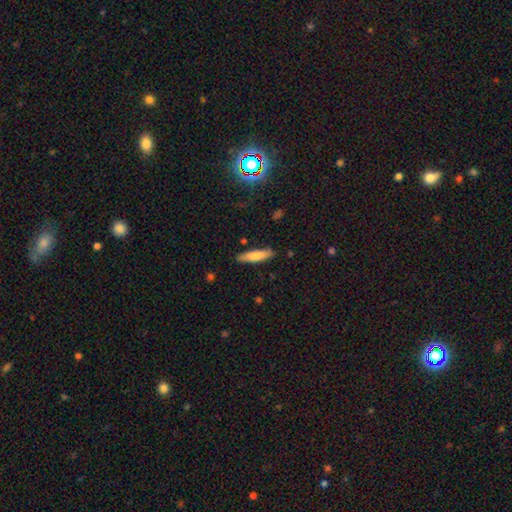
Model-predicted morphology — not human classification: Smooth or featured? smooth (77%)
How rounded? cigar-shaped (78%)
Merging? none (86%)